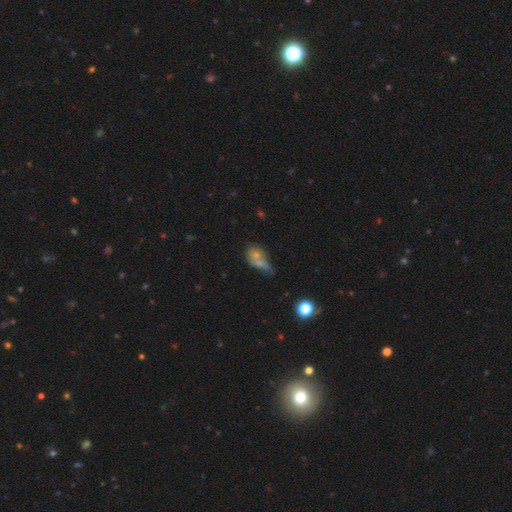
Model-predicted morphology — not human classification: This appears to be a smooth galaxy with no disk features (55%) that is in between round and cigar-shaped (55%). Merging: merger (37%).